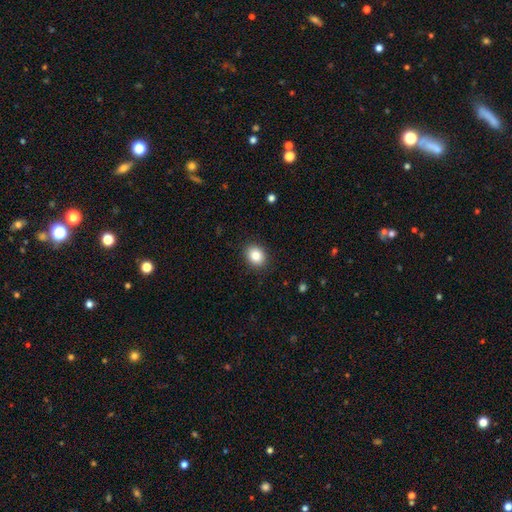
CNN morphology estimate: Q: Smooth or featured?
A: smooth (86%); runner-up: star or artifact (9%)
Q: How rounded?
A: round (54%); runner-up: in between (45%)
Q: Merging?
A: none (89%); runner-up: minor disturbance (8%)